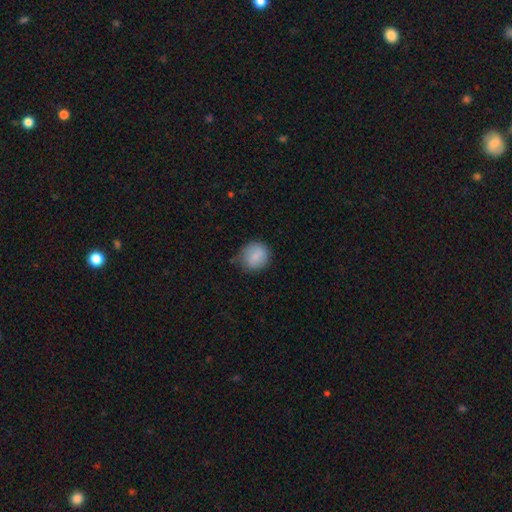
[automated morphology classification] The model was most divided on "merging": none: 65%, minor disturbance: 27%, major disturbance: 6%, merger: 2%. More confident: smooth or featured — smooth (85%); how rounded — round (85%).